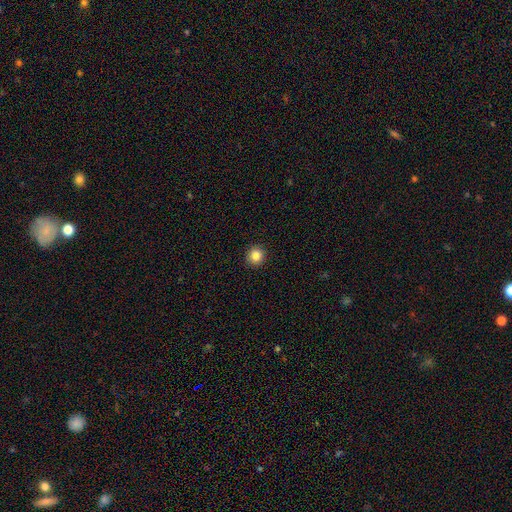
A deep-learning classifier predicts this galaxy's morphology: Q: Smooth or featured?
A: smooth (84%); runner-up: star or artifact (11%)
Q: How rounded?
A: round (93%); runner-up: in between (7%)
Q: Merging?
A: none (93%); runner-up: minor disturbance (5%)